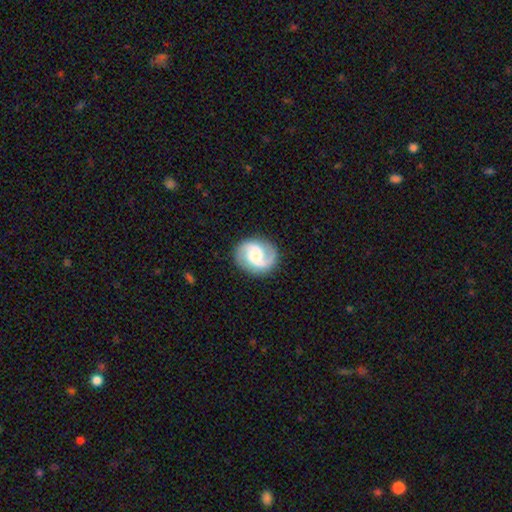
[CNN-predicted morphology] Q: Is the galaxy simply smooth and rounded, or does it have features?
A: featured or disk — 84%.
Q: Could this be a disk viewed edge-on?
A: no — 98%.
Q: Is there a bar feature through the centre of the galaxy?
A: no — 50%.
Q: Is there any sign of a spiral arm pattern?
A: yes — 97%.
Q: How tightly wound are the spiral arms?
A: medium — 53%.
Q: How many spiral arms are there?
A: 2 — 90%.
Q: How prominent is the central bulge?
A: moderate — 44%.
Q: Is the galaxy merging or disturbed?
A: none — 85%.